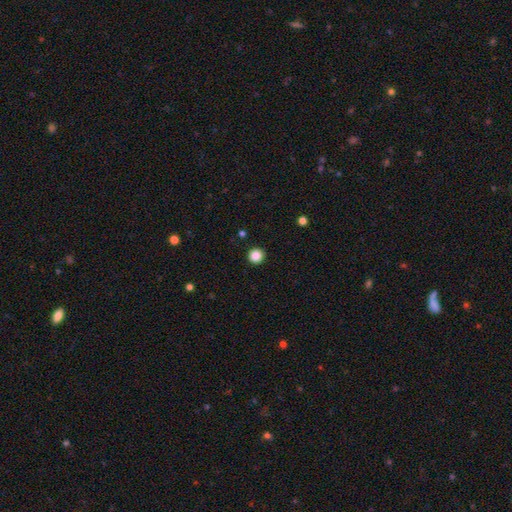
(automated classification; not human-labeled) Morphology: type=smooth (86%); roundness=round (95%); merging=none (93%).